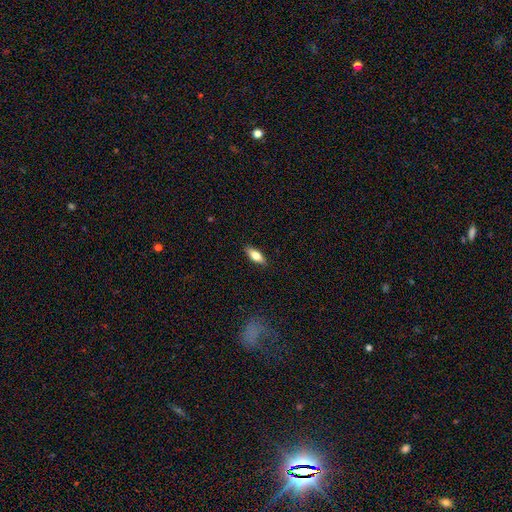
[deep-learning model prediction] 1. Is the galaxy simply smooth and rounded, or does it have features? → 71% smooth, 22% featured or disk, 7% star or artifact.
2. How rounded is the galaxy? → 71% in between, 26% cigar-shaped, 3% round.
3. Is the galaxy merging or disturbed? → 88% none, 9% minor disturbance, 2% major disturbance, 1% merger.